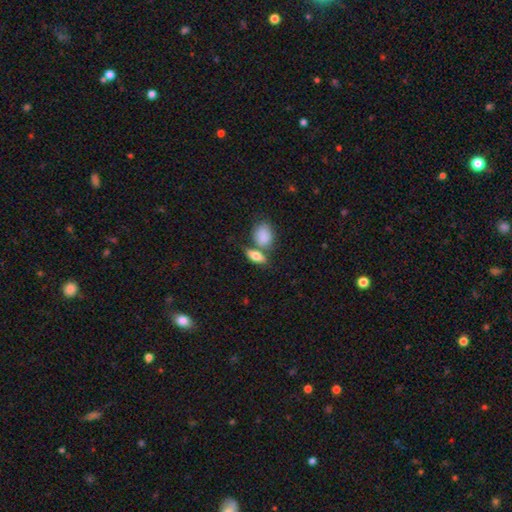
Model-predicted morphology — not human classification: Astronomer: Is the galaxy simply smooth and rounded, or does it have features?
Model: smooth — 76%.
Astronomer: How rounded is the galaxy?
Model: in between — 78%.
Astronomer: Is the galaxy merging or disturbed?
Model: none — 50% (runner-up: merger, 33%).